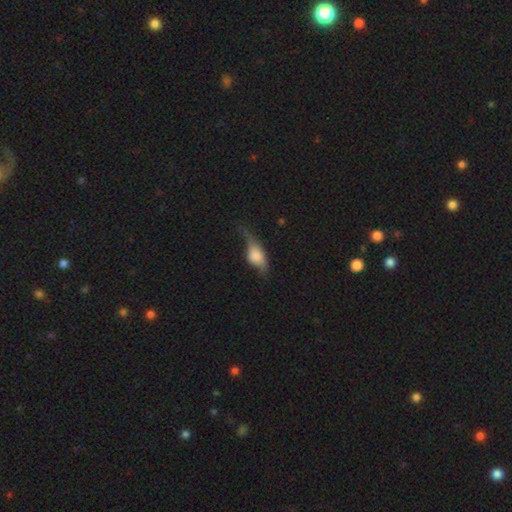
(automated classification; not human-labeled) Smooth or featured? smooth (56%)
How rounded? in between (77%)
Merging? minor disturbance (38%)